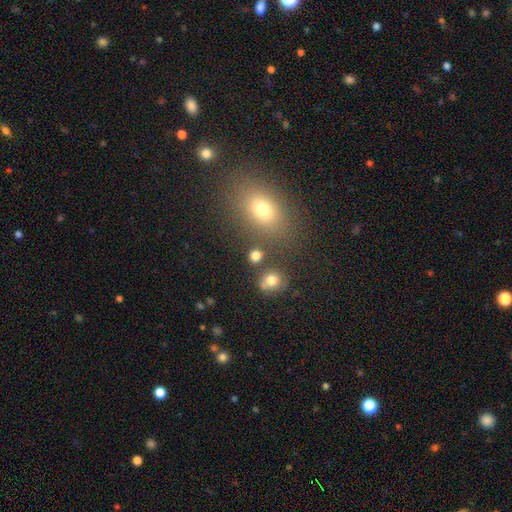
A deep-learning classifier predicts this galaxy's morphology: smooth-or-featured: smooth: 77% | star or artifact: 16% | featured or disk: 8%
  how-rounded: round: 73% | in between: 26% | cigar-shaped: 2%
  merging: none: 73% | merger: 13% | minor disturbance: 9% | major disturbance: 4%